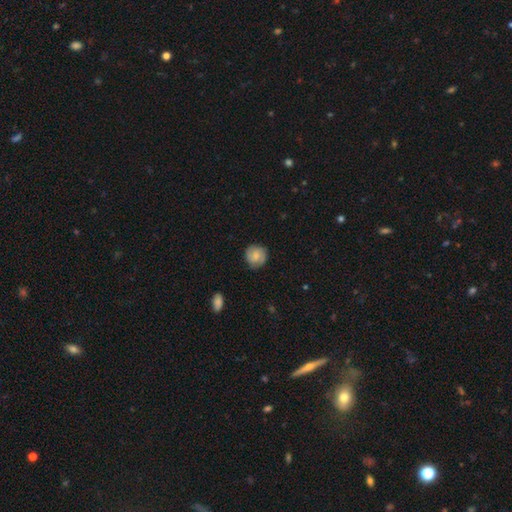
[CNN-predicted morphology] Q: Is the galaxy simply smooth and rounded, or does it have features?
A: smooth — 68%.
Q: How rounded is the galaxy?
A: round — 90%.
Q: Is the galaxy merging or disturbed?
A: none — 81%.